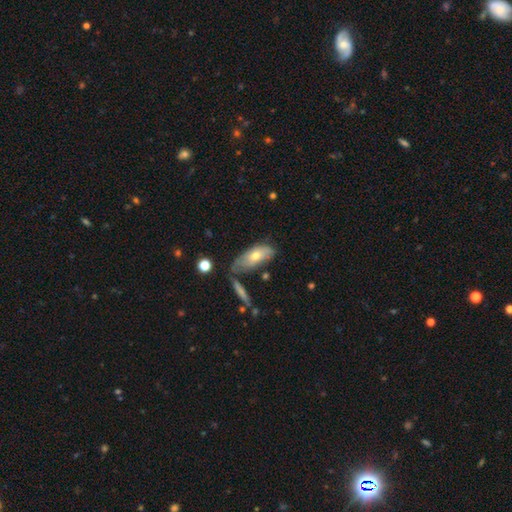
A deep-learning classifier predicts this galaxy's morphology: type=smooth (58%); roundness=in between (78%); merging=none (49%).